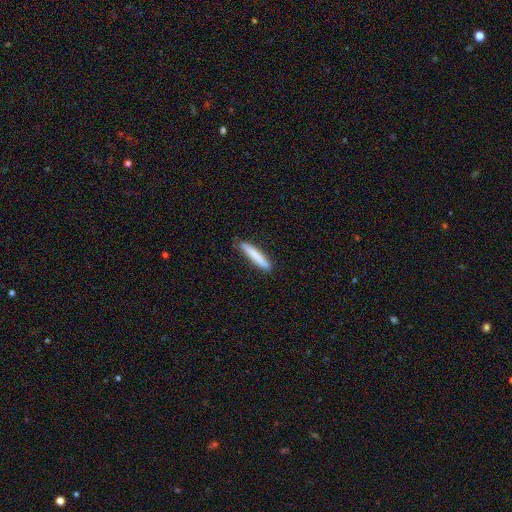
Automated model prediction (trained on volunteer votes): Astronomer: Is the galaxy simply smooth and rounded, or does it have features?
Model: smooth — 81%.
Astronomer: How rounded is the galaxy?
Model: cigar-shaped — 93%.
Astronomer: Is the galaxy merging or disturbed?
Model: none — 85%.